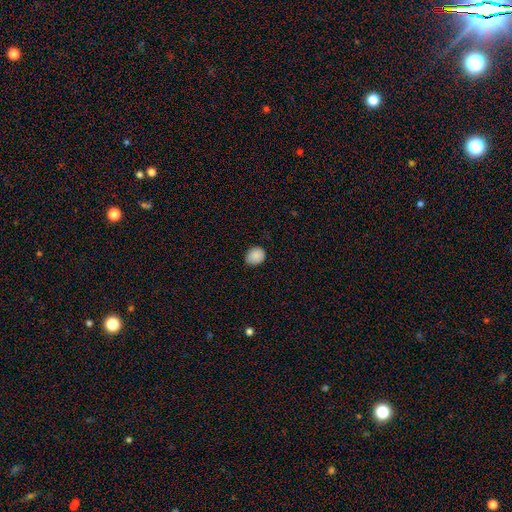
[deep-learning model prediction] The model was most divided on "how rounded": round: 63%, in between: 36%, cigar-shaped: 1%. More confident: smooth or featured — smooth (88%); merging — none (83%).